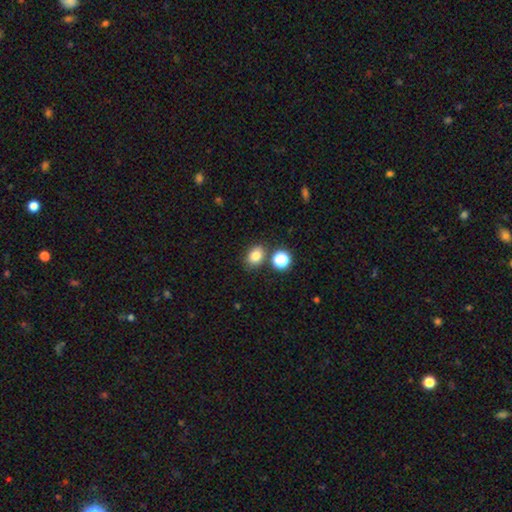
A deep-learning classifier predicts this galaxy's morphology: smooth 80%, star or artifact 13%, featured or disk 7%. Down the decision tree: how rounded — in between (61%); merging — none (76%).